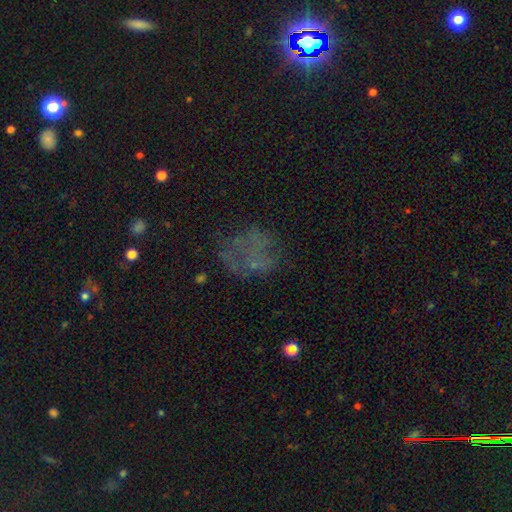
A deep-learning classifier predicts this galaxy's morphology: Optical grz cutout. It shows a featured or disk galaxy (38%). Merging: none (48%).